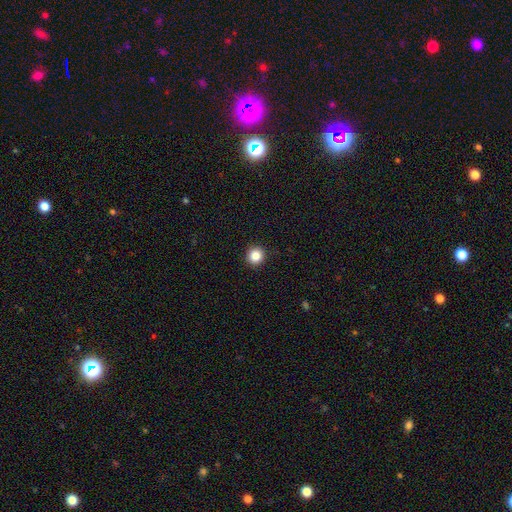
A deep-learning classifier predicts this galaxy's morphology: smooth 86%, star or artifact 10%, featured or disk 4%. Down the decision tree: how rounded — round (93%); merging — none (93%).